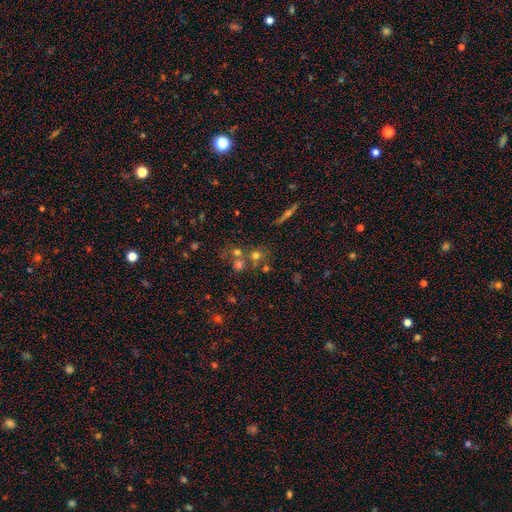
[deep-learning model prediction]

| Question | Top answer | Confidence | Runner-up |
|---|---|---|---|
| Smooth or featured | smooth | 56% | star or artifact (23%) |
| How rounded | round | 86% | in between (13%) |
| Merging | none | 50% | merger (39%) |